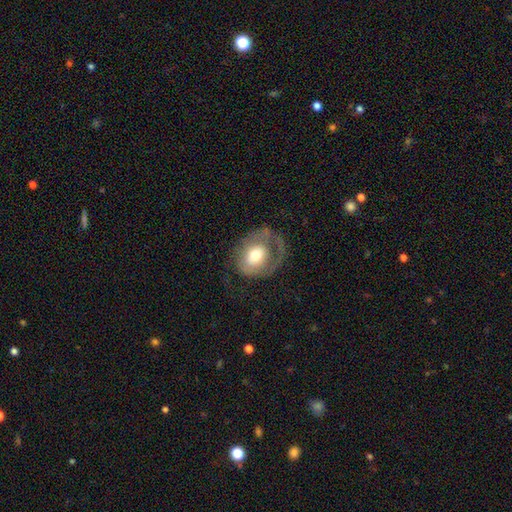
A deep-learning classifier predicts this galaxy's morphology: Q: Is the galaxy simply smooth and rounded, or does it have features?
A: featured or disk — 48%.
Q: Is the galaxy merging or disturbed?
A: major disturbance — 39%.